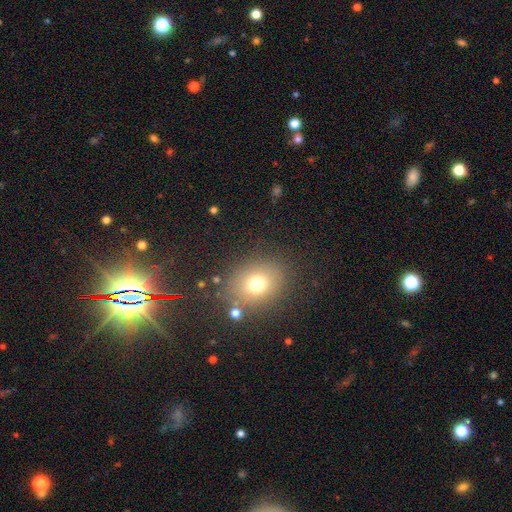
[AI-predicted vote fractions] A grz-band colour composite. It shows a smooth galaxy with no disk features (45%). Merging: none (85%).